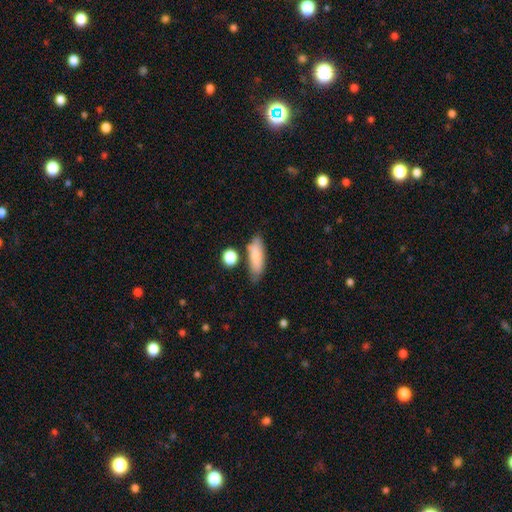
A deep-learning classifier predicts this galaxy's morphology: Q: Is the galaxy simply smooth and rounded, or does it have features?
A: smooth — 78%.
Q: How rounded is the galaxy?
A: in between — 62%.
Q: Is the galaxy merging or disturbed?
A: none — 69%.